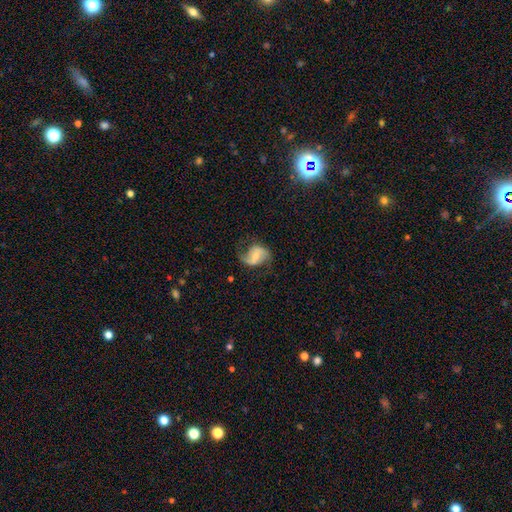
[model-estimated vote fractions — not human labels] Smooth or featured? Predicted: featured or disk (p=0.69). Edge-on disk? Predicted: no (p=0.97). Bar? Predicted: weak (p=0.43). Spiral arms? Predicted: yes (p=0.89). Spiral winding? Predicted: loose (p=0.51). Spiral arm count? Predicted: 2 (p=0.87). Bulge size? Predicted: moderate (p=0.49). Merging? Predicted: none (p=0.66).